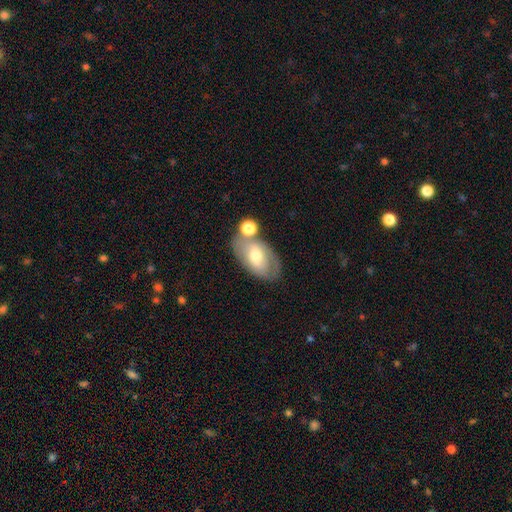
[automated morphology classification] A smooth galaxy with no disk features (50%).

Vote fractions:
- Smooth or featured? smooth: 50% / featured or disk: 43% / star or artifact: 7%
- Merging? none: 55% / merger: 21% / minor disturbance: 18% / major disturbance: 7%